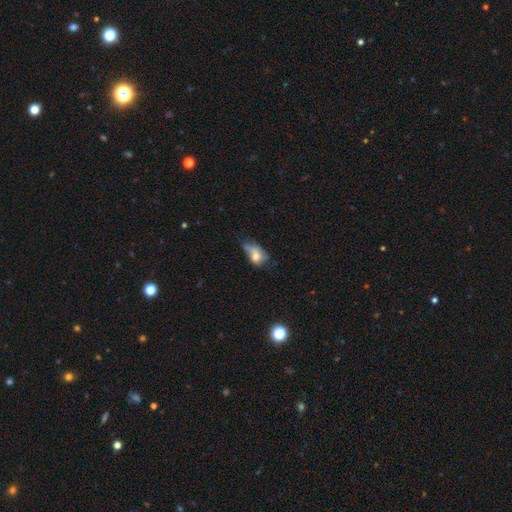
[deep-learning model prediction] Q: Smooth or featured?
A: smooth (61%); runner-up: featured or disk (29%)
Q: How rounded?
A: in between (81%); runner-up: round (16%)
Q: Merging?
A: minor disturbance (32%); runner-up: major disturbance (29%)